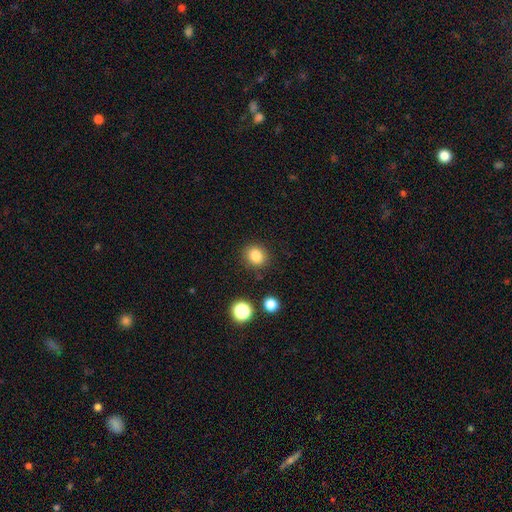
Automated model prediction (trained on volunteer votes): Smooth or featured: smooth — 84% (star or artifact — 11%)
How rounded: round — 77% (in between — 22%)
Merging: none — 86% (minor disturbance — 9%)